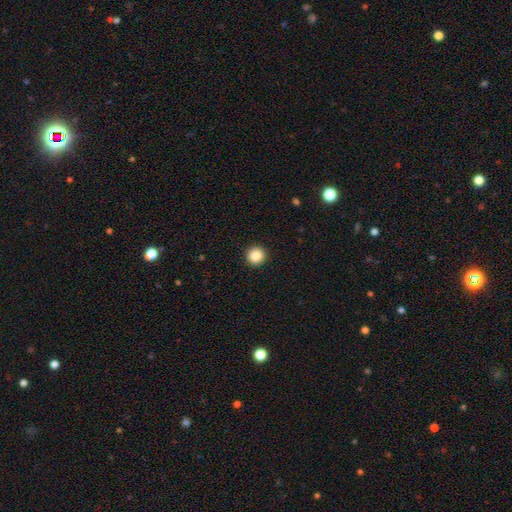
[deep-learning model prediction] Morphology: type=smooth (87%); roundness=round (95%); merging=none (93%).